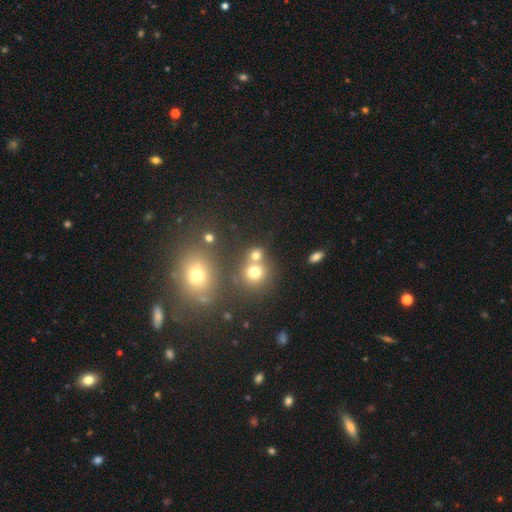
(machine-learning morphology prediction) smooth 71%, star or artifact 19%, featured or disk 10%. Down the decision tree: how rounded — round (80%); merging — none (54%).